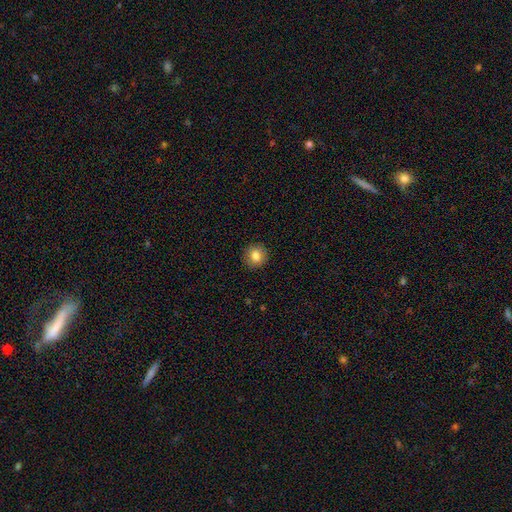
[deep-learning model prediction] Overall: smooth (83%). How rounded: round (90%). Merging: none (92%).